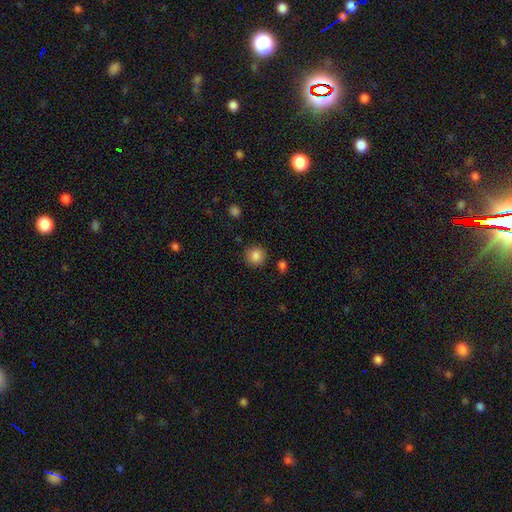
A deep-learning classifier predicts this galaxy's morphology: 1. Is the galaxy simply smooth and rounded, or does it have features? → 86% smooth, 10% star or artifact, 4% featured or disk.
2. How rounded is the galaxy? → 92% round, 7% in between, 1% cigar-shaped.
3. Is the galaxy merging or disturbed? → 87% none, 8% minor disturbance, 3% major disturbance, 2% merger.